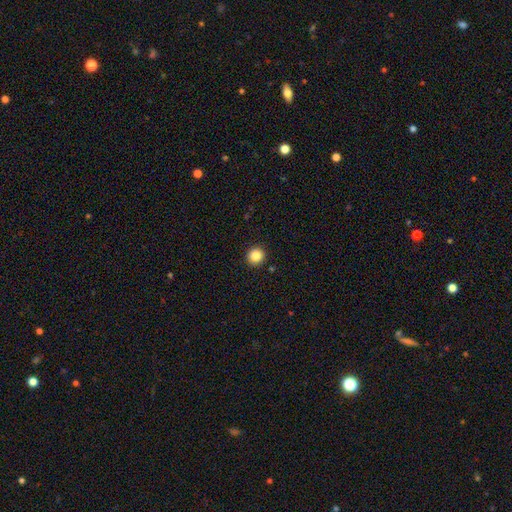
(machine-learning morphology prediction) Smooth or featured? Predicted: smooth (p=0.86). How rounded? Predicted: round (p=0.92). Merging? Predicted: none (p=0.92).